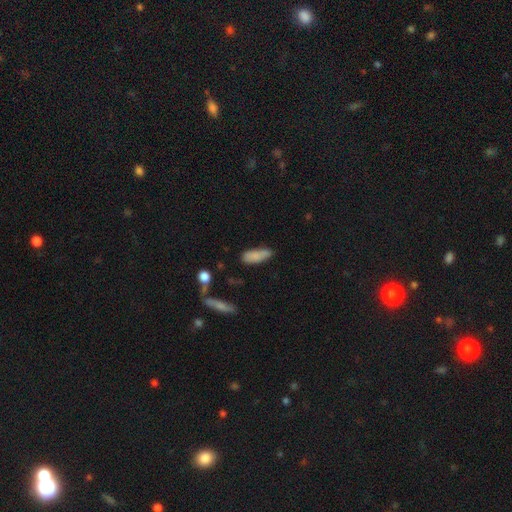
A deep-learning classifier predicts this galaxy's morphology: smooth-or-featured: smooth: 83% | featured or disk: 10% | star or artifact: 7%
  how-rounded: in between: 66% | cigar-shaped: 32% | round: 2%
  merging: none: 65% | minor disturbance: 25% | major disturbance: 5% | merger: 4%